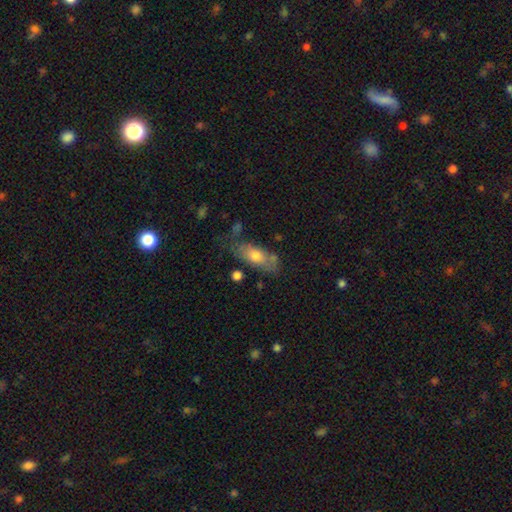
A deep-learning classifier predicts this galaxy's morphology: type=smooth (61%); roundness=in between (73%); merging=none (62%).